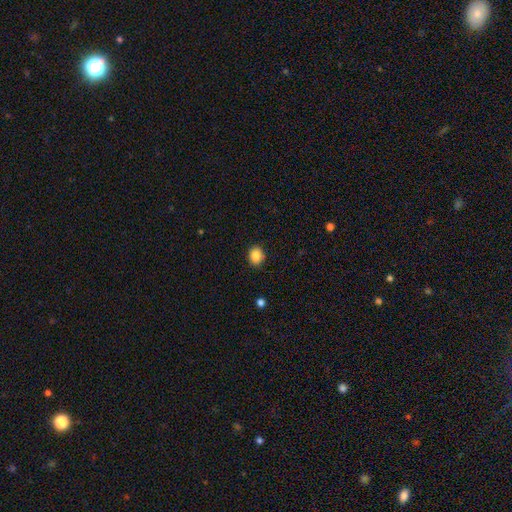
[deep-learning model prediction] smooth-or-featured: smooth: 85% | star or artifact: 10% | featured or disk: 6%
  how-rounded: round: 58% | in between: 41% | cigar-shaped: 1%
  merging: none: 84% | minor disturbance: 12% | major disturbance: 2% | merger: 2%